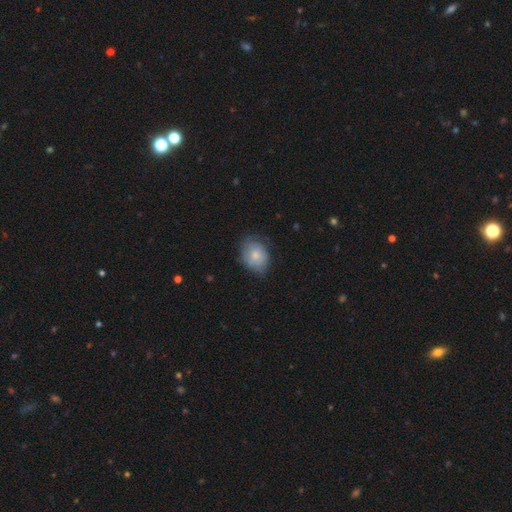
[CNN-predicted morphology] A smooth galaxy with no disk features (65%) that is in between round and cigar-shaped (59%). Merging: none (63%).